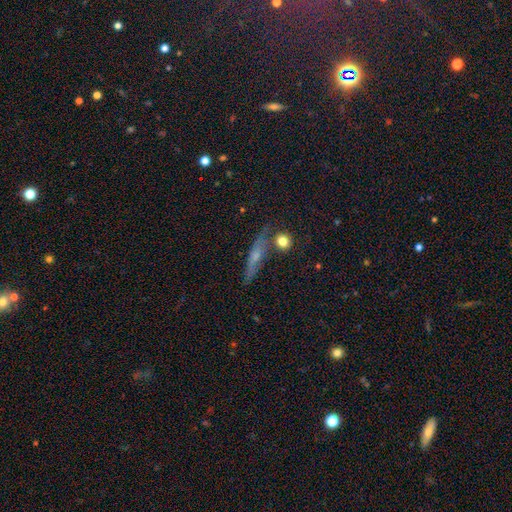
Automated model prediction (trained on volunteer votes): smooth-or-featured: featured or disk: 53% | smooth: 37% | star or artifact: 10%
  disk-edge-on: yes: 86% | no: 14%
  merging: none: 76% | minor disturbance: 14% | merger: 7% | major disturbance: 4%